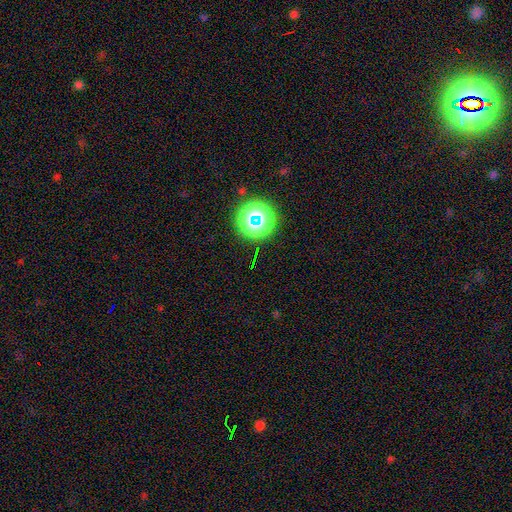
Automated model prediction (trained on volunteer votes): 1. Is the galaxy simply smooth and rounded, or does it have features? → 67% star or artifact, 24% smooth, 9% featured or disk.